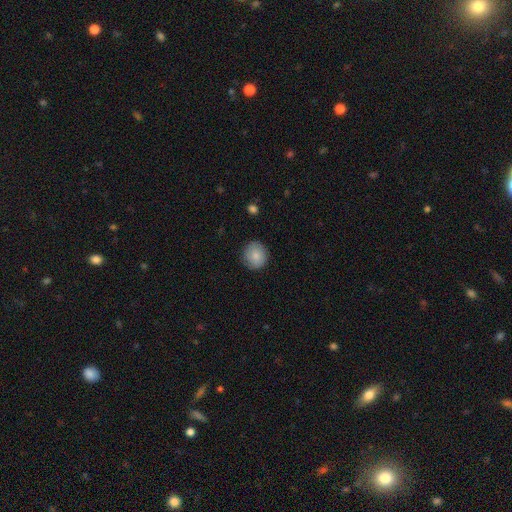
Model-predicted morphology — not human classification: smooth-or-featured: smooth: 80% | featured or disk: 13% | star or artifact: 7%
  how-rounded: round: 87% | in between: 12% | cigar-shaped: 1%
  merging: none: 86% | minor disturbance: 11% | major disturbance: 2% | merger: 1%